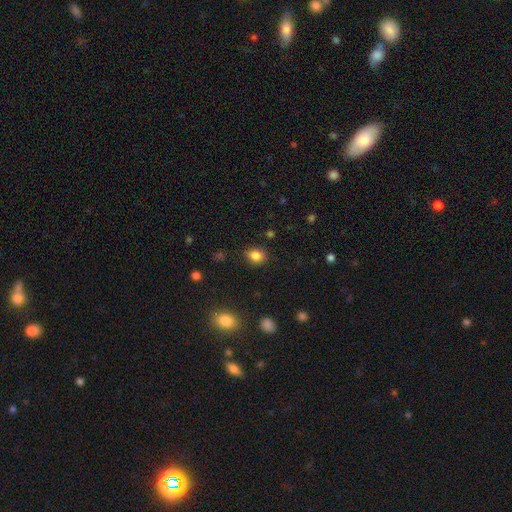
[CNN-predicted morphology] This appears to be a smooth galaxy with no disk features (84%) that is in between round and cigar-shaped (52%). Merging: none (84%).